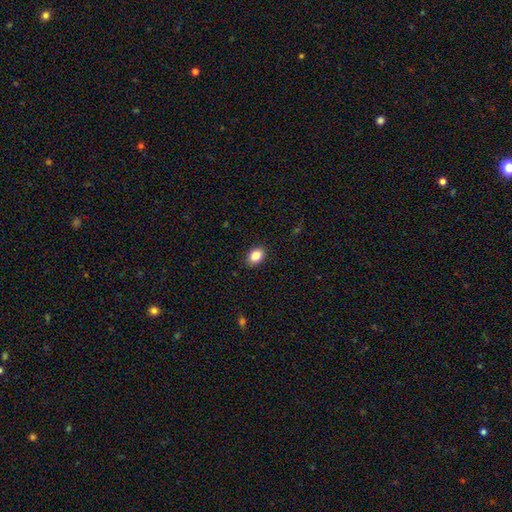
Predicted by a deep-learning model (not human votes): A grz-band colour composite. It shows a smooth galaxy with no disk features (85%) that is in between round and cigar-shaped (74%). Merging: none (89%).